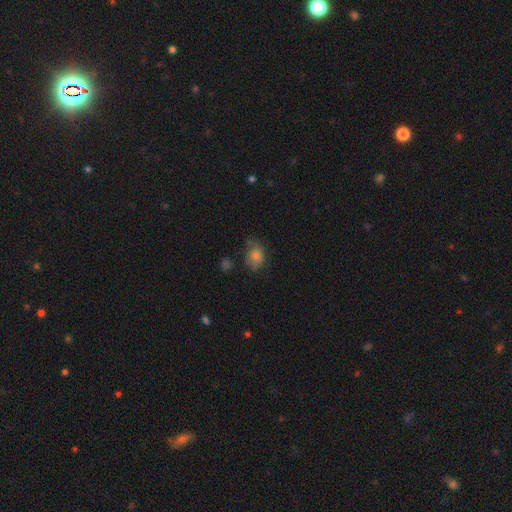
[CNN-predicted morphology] smooth-or-featured: smooth: 68% | featured or disk: 17% | star or artifact: 15%
  how-rounded: in between: 59% | round: 40% | cigar-shaped: 1%
  merging: none: 51% | minor disturbance: 30% | major disturbance: 15% | merger: 3%